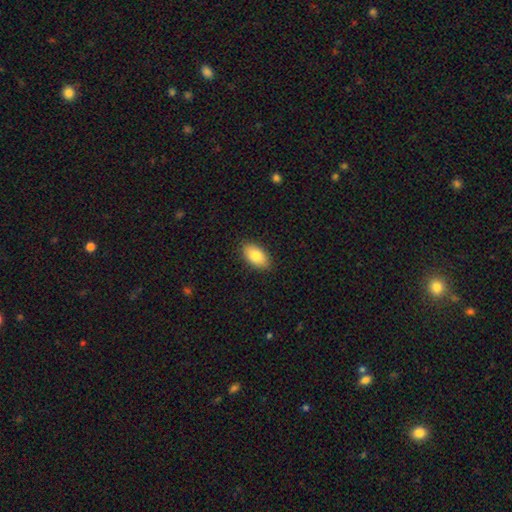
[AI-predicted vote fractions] A smooth galaxy with no disk features (84%) that is in between round and cigar-shaped (93%). Merging: none (88%).